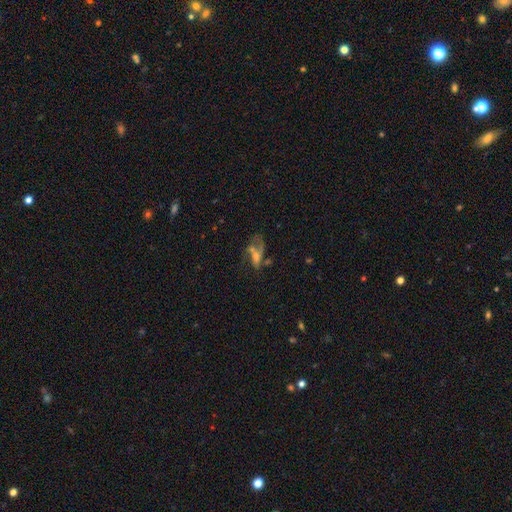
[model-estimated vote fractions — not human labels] This appears to be a featured or disk galaxy (54%). Merging: major disturbance (38%).